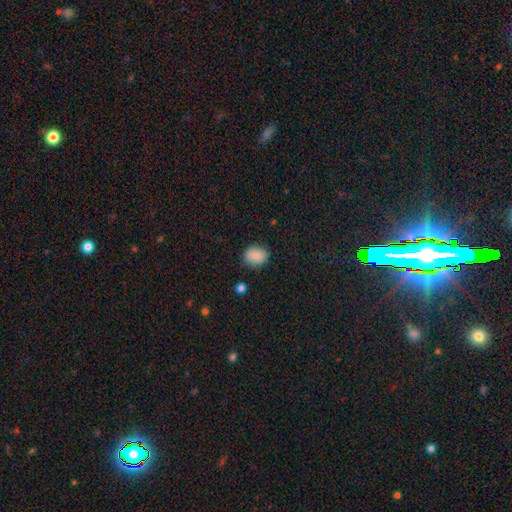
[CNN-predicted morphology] smooth-or-featured: smooth: 84% | star or artifact: 9% | featured or disk: 7%
  how-rounded: round: 56% | in between: 42% | cigar-shaped: 1%
  merging: none: 84% | minor disturbance: 12% | major disturbance: 3% | merger: 1%